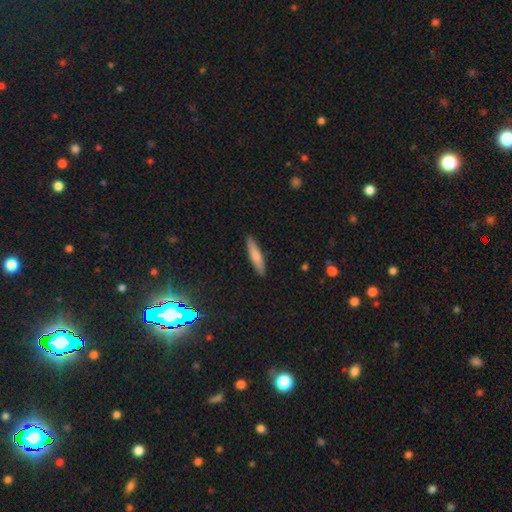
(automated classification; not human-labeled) This appears to be a smooth galaxy with no disk features (74%) that is cigar-shaped (83%). Merging: none (89%).